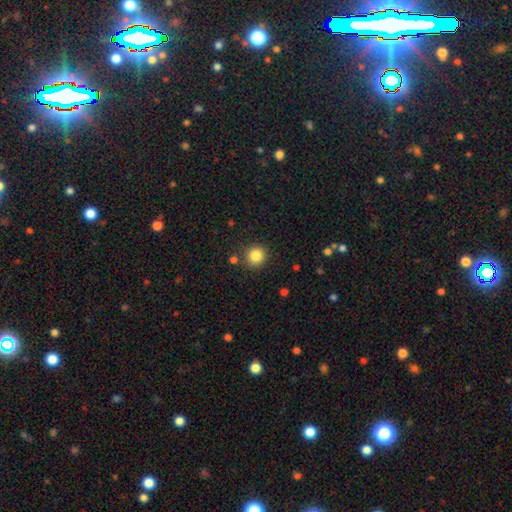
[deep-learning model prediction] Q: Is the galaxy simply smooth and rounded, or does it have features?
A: smooth — 84%.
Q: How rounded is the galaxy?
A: round — 92%.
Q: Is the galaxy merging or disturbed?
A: none — 85%.